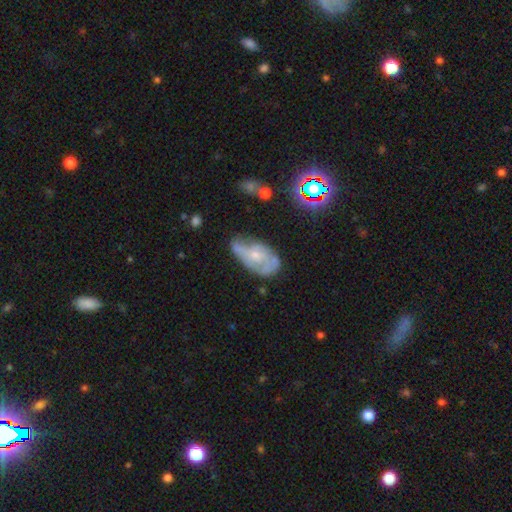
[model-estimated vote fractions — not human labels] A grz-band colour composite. It shows a featured or disk galaxy (61%) with no bar (75%), spiral arms (66%) and a small central bulge (60%). Merging: minor disturbance (36%, tied with none).